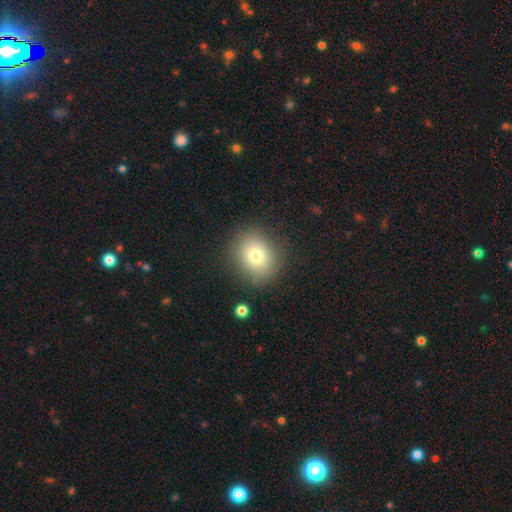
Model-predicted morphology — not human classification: Smooth or featured: smooth — 76% (star or artifact — 13%)
How rounded: round — 74% (in between — 25%)
Merging: none — 85% (minor disturbance — 9%)